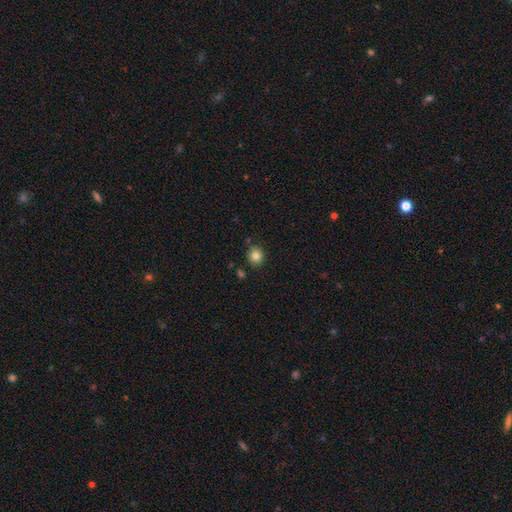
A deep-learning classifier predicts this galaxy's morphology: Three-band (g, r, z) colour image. It shows a smooth galaxy with no disk features (84%) that is round (83%). Merging: none (84%).